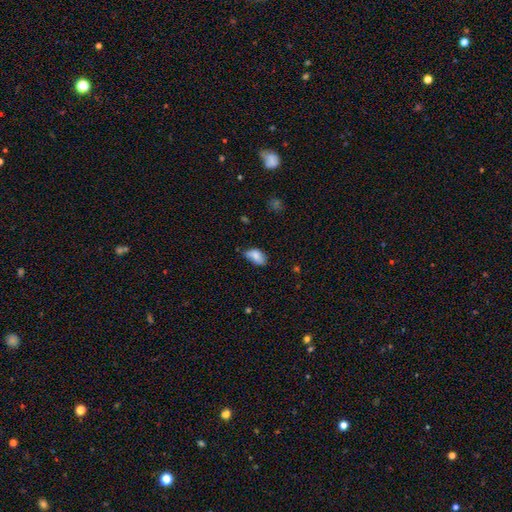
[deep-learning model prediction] Smooth or featured: smooth — 77% (featured or disk — 15%)
How rounded: in between — 91% (round — 5%)
Merging: none — 51% (minor disturbance — 36%)